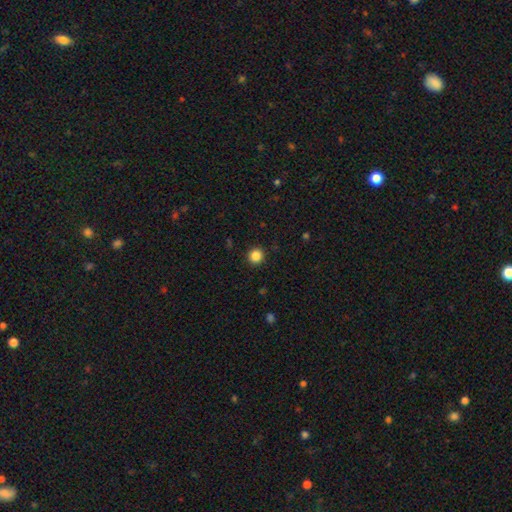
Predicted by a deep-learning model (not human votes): smooth-or-featured: smooth: 86% | star or artifact: 11% | featured or disk: 3%
  how-rounded: round: 93% | in between: 6% | cigar-shaped: 1%
  merging: none: 92% | minor disturbance: 5% | major disturbance: 2% | merger: 1%